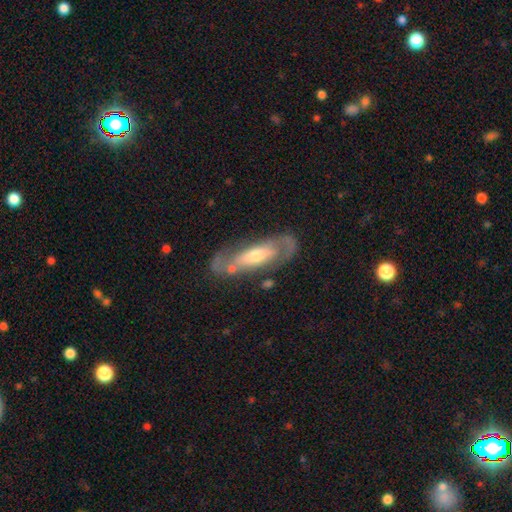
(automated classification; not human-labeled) Smooth or featured: featured or disk — 77% (smooth — 18%)
Edge-on disk: no — 84% (yes — 16%)
Bar: no — 47% (weak — 30%)
Spiral arms: yes — 77% (no — 23%)
Bulge size: moderate — 59% (small — 29%)
Merging: none — 70% (minor disturbance — 17%)